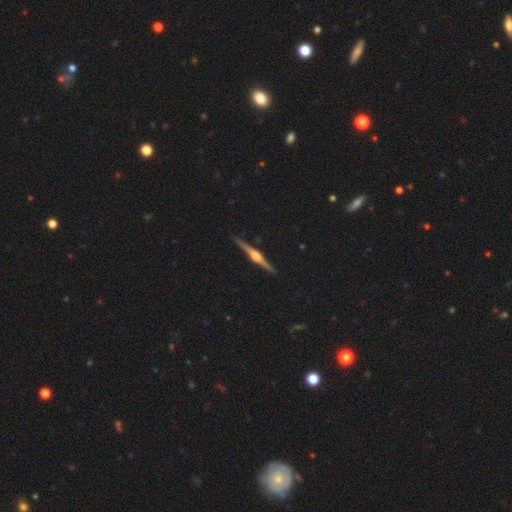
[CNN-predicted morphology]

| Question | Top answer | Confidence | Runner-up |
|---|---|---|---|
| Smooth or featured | featured or disk | 87% | smooth (8%) |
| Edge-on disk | yes | 99% | no (1%) |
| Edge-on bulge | rounded | 90% | boxy (8%) |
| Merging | none | 92% | minor disturbance (6%) |